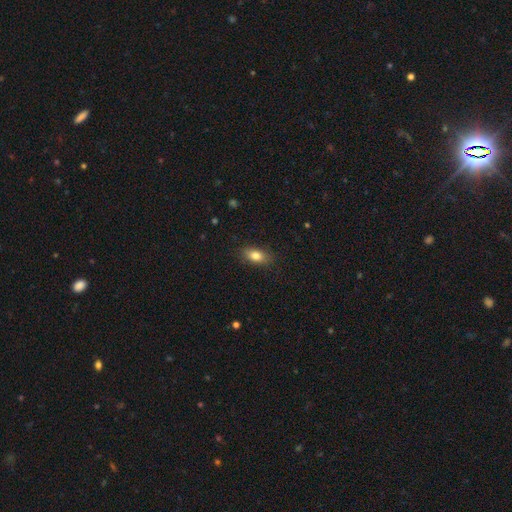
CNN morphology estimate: type=smooth (82%); roundness=in between (85%); merging=none (85%).